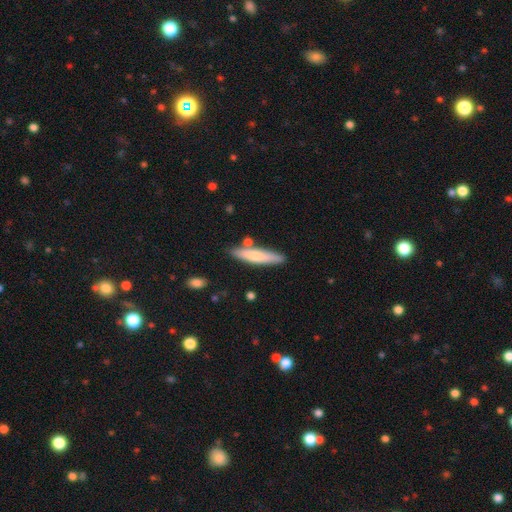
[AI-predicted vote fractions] The model was most divided on "smooth or featured": smooth: 68%, featured or disk: 26%, star or artifact: 5%. More confident: how rounded — cigar-shaped (86%); merging — none (80%).